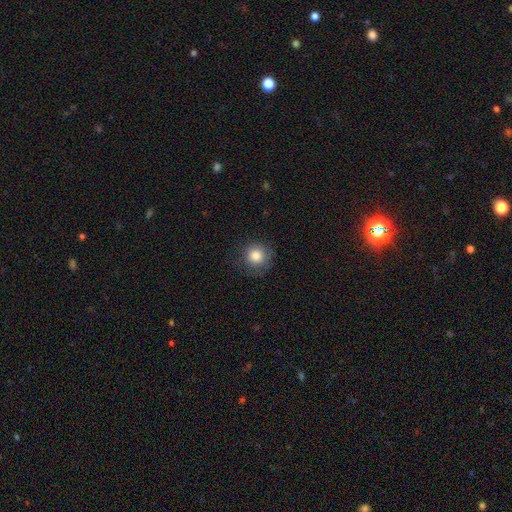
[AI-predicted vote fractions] A smooth galaxy with no disk features (83%) that is round (93%). Merging: none (79%).